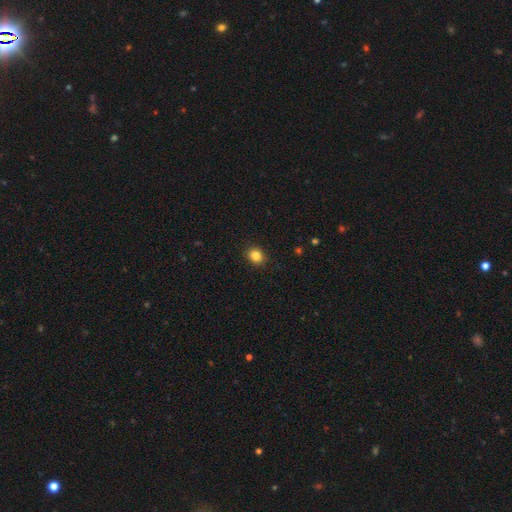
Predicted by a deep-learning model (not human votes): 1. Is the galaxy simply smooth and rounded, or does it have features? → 84% smooth, 11% star or artifact, 5% featured or disk.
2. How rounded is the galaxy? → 71% round, 28% in between, 1% cigar-shaped.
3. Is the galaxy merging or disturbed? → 91% none, 6% minor disturbance, 2% major disturbance, 1% merger.